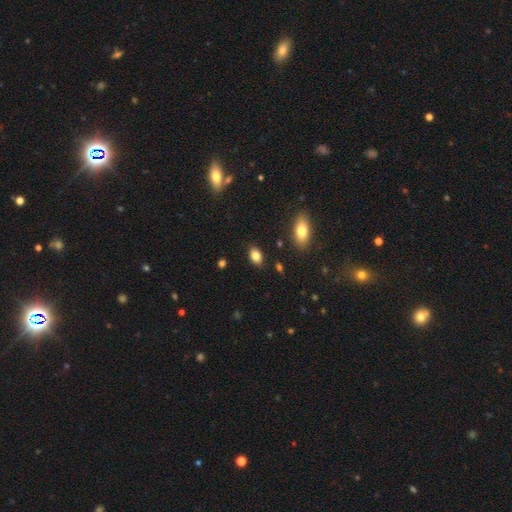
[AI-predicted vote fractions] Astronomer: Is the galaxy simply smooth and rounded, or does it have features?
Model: smooth — 84%.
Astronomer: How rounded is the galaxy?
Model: in between — 84%.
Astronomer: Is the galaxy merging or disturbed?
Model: none — 86%.